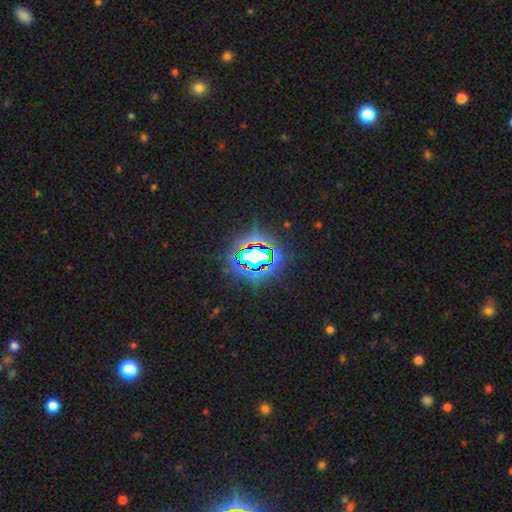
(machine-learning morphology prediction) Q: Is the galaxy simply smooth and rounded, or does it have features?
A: star or artifact — 77%.